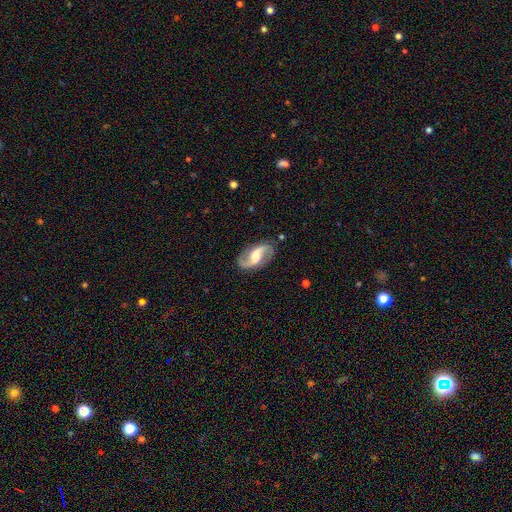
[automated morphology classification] Smooth or featured: featured or disk — 89% (smooth — 7%)
Edge-on disk: no — 97% (yes — 3%)
Bar: weak — 46% (no — 32%)
Spiral arms: yes — 97% (no — 3%)
Spiral winding: loose — 47% (medium — 43%)
Spiral arm count: 2 — 94% (can't tell — 2%)
Bulge size: moderate — 55% (small — 22%)
Merging: none — 84% (minor disturbance — 11%)